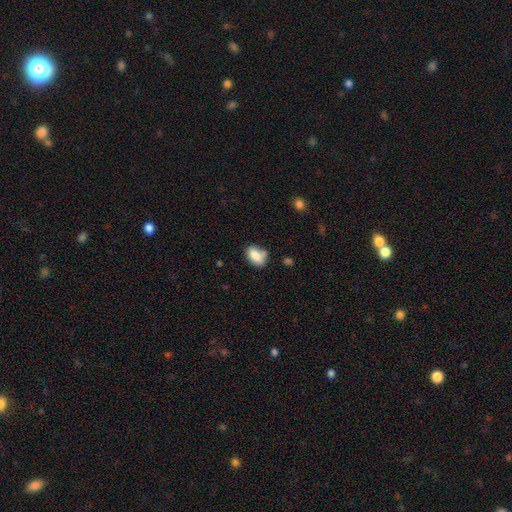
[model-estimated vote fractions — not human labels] A smooth galaxy with no disk features (82%) that is in between round and cigar-shaped (85%).

Vote fractions:
- Smooth or featured? smooth: 82% / featured or disk: 9% / star or artifact: 8%
- How rounded? in between: 85% / round: 13% / cigar-shaped: 2%
- Merging? none: 60% / minor disturbance: 25% / merger: 9% / major disturbance: 6%